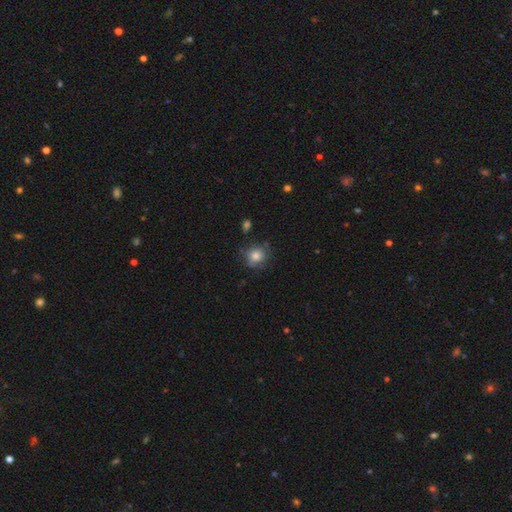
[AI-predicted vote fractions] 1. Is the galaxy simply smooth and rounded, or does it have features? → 75% smooth, 15% featured or disk, 10% star or artifact.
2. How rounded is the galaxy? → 83% round, 16% in between, 1% cigar-shaped.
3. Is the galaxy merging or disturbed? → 68% none, 22% minor disturbance, 7% major disturbance, 3% merger.